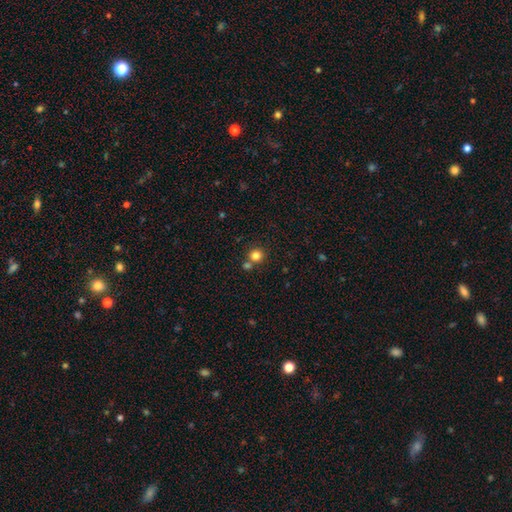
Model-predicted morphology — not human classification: Smooth or featured?
  - smooth: 81% *
  - star or artifact: 13%
  - featured or disk: 6%
How rounded?
  - round: 92% *
  - in between: 7%
  - cigar-shaped: 1%
Merging?
  - none: 66% *
  - merger: 25%
  - minor disturbance: 7%
  - major disturbance: 3%